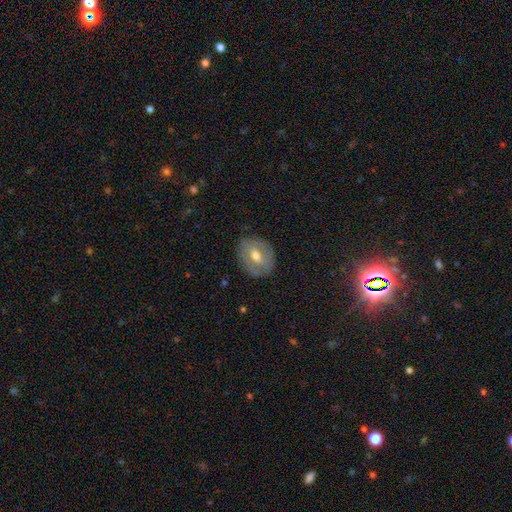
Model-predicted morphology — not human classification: Overall: featured or disk (52%; smooth 40%). Edge-on disk: no (93%). Merging: none (81%).